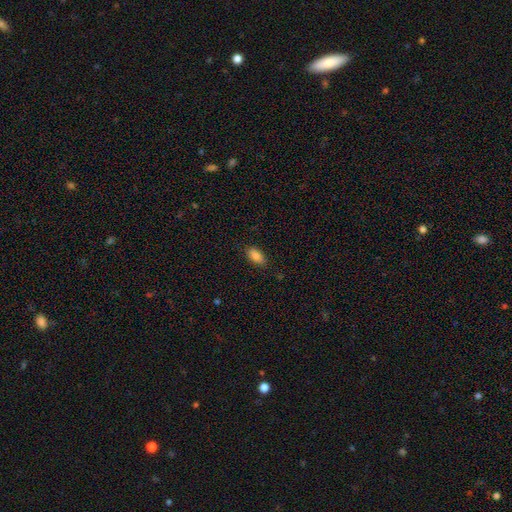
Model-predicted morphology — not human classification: smooth-or-featured: smooth: 87% | star or artifact: 8% | featured or disk: 5%
  how-rounded: in between: 91% | cigar-shaped: 5% | round: 3%
  merging: none: 86% | minor disturbance: 10% | major disturbance: 2% | merger: 1%